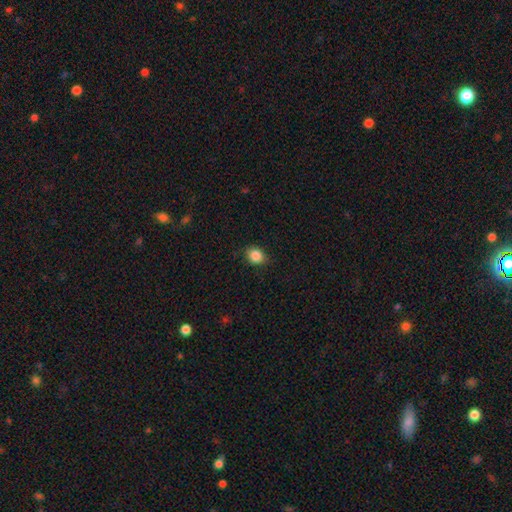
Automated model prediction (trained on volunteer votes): The model was most divided on "how rounded": round: 57%, in between: 42%, cigar-shaped: 1%. More confident: smooth or featured — smooth (86%); merging — none (84%).